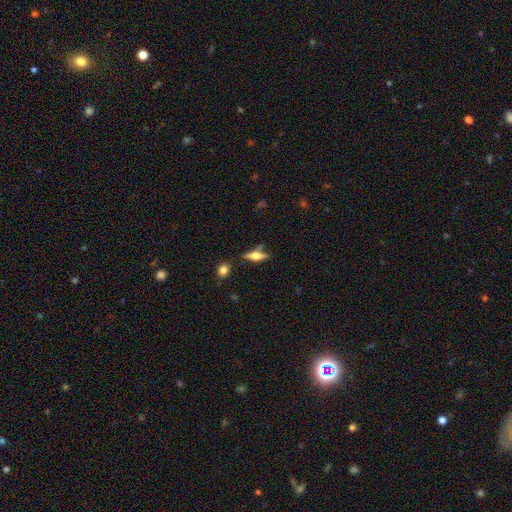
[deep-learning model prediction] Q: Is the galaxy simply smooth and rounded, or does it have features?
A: featured or disk — 52%.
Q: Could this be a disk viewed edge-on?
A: yes — 92%.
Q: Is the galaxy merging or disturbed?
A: none — 71%.